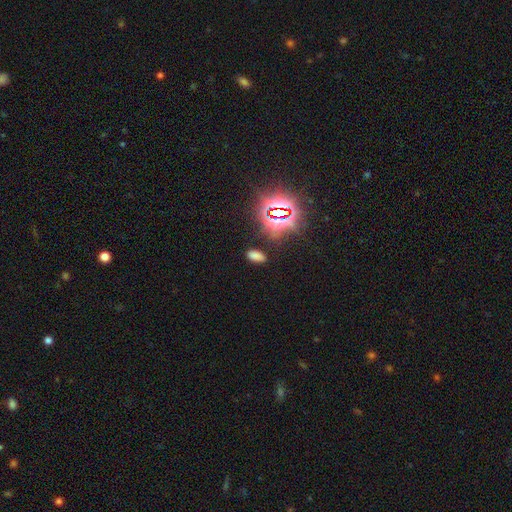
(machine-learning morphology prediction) Smooth or featured?
  - smooth: 61% *
  - star or artifact: 33%
  - featured or disk: 7%
How rounded?
  - in between: 87% *
  - cigar-shaped: 8%
  - round: 5%
Merging?
  - none: 84% *
  - minor disturbance: 10%
  - major disturbance: 4%
  - merger: 2%